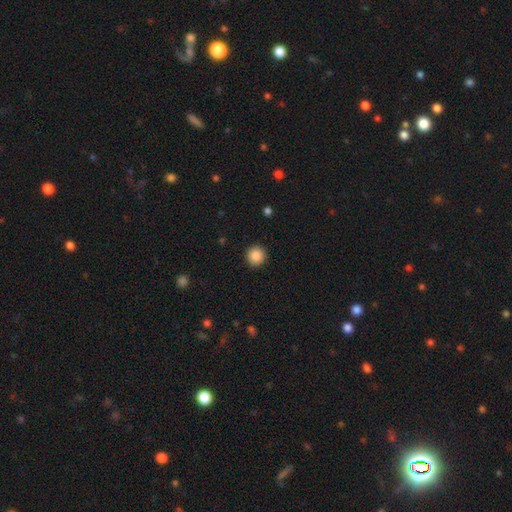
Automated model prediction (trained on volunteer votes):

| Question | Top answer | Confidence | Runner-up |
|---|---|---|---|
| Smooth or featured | smooth | 87% | star or artifact (9%) |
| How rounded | round | 95% | in between (4%) |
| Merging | none | 93% | minor disturbance (5%) |